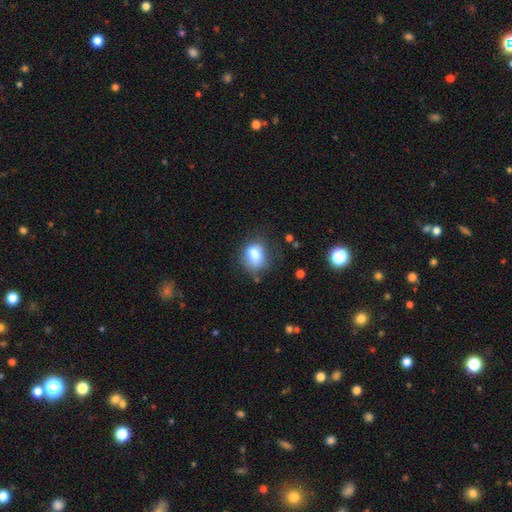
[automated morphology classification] Smooth or featured? Predicted: smooth (p=0.78). How rounded? Predicted: in between (p=0.61). Merging? Predicted: none (p=0.51).